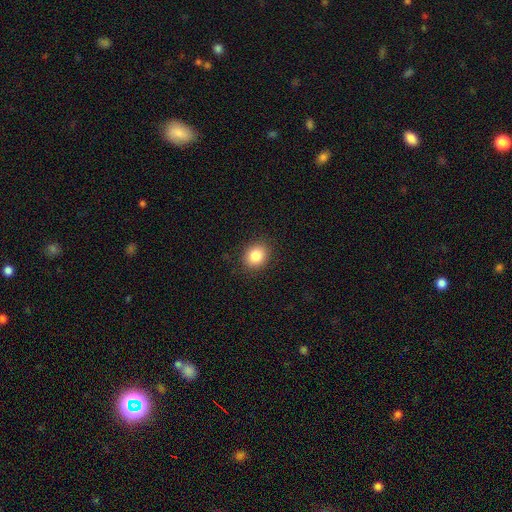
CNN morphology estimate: smooth 84%, star or artifact 10%, featured or disk 6%. Down the decision tree: how rounded — round (61%); merging — none (89%).